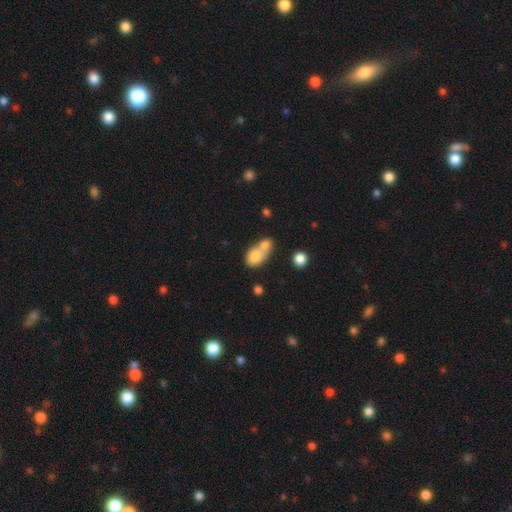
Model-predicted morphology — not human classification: type=smooth (77%); roundness=in between (71%); merging=merger (67%).